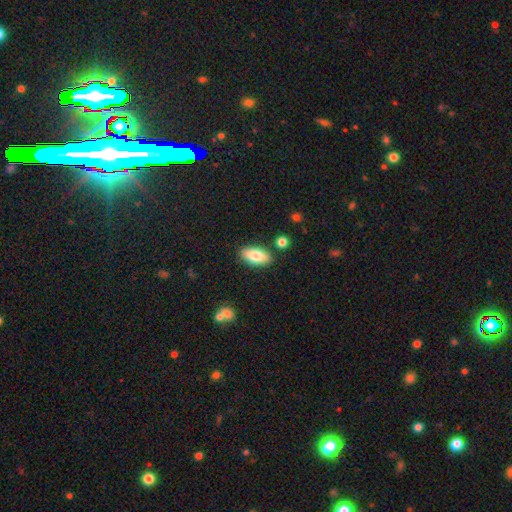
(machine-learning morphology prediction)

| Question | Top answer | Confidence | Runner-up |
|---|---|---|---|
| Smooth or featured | smooth | 77% | featured or disk (16%) |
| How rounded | in between | 86% | cigar-shaped (11%) |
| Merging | none | 85% | minor disturbance (9%) |